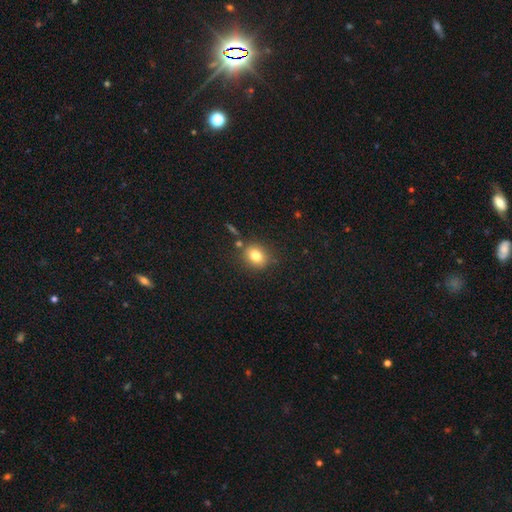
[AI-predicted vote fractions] The model was most divided on "how rounded": round: 61%, in between: 38%, cigar-shaped: 1%. More confident: merging — none (79%); smooth or featured — smooth (79%).